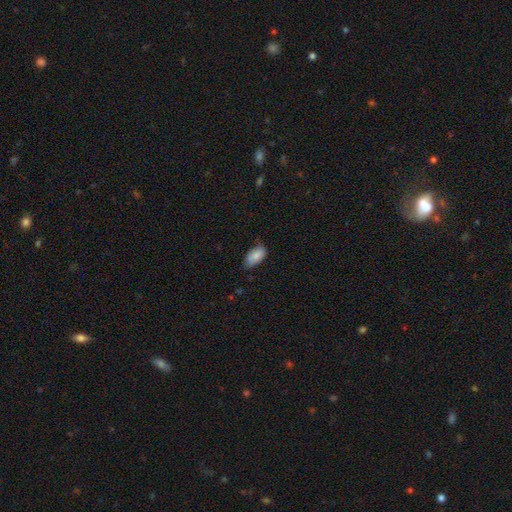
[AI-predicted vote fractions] smooth-or-featured: smooth: 83% | featured or disk: 10% | star or artifact: 7%
  how-rounded: in between: 94% | round: 4% | cigar-shaped: 3%
  merging: none: 65% | minor disturbance: 29% | major disturbance: 4% | merger: 1%